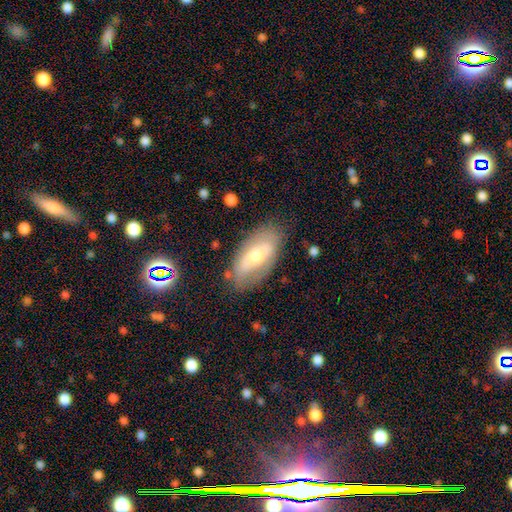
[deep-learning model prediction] Morphology: type=featured or disk (49%); merging=none (74%).